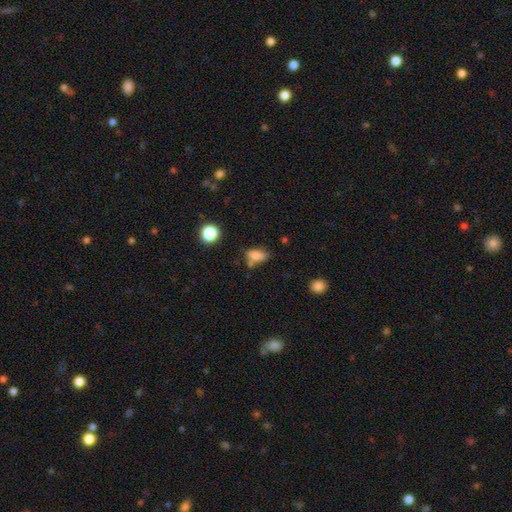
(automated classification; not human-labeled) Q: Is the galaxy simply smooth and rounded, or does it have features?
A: smooth — 80%.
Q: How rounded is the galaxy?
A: in between — 84%.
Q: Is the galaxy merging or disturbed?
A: none — 52%.